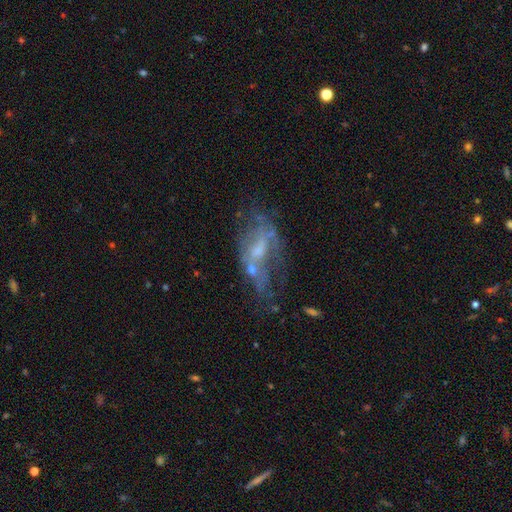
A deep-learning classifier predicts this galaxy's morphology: The model was most divided on "merging": none: 36%, major disturbance: 30%, minor disturbance: 19%, merger: 15%. Remaining: edge-on disk — no (91%); spiral arms — no (68%); bar — no (62%); smooth or featured — featured or disk (61%); bulge size — small (42%).